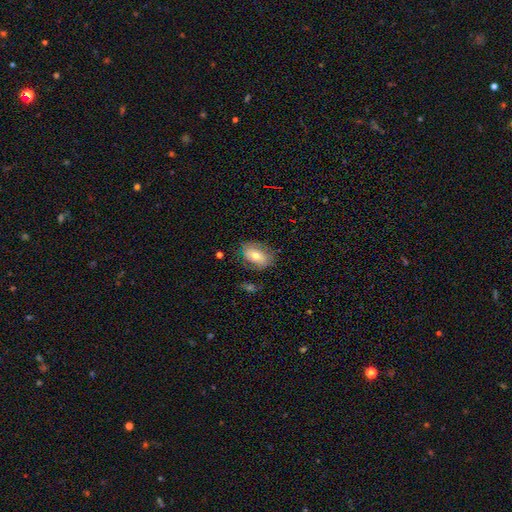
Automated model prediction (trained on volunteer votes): A smooth galaxy with no disk features (58%) that is in between round and cigar-shaped (83%). Merging: none (69%).